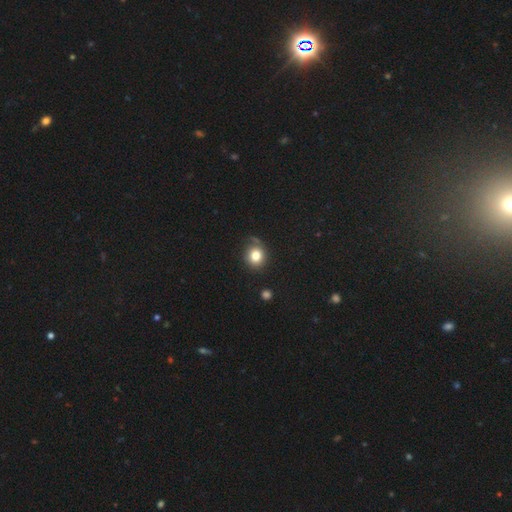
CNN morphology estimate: Smooth or featured? Predicted: smooth (p=0.80). How rounded? Predicted: round (p=0.79). Merging? Predicted: none (p=0.70).